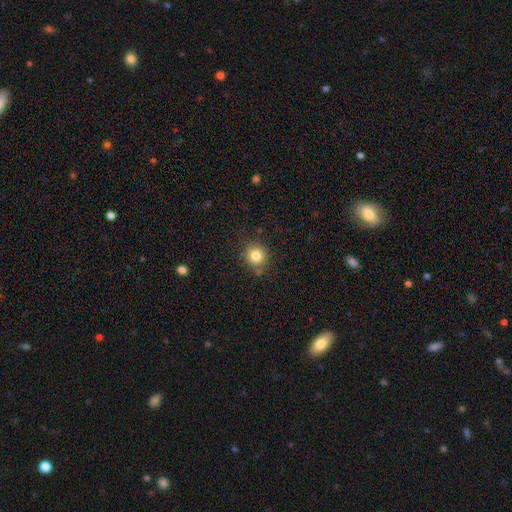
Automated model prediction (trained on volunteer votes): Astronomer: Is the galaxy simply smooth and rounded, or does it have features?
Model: smooth — 81%.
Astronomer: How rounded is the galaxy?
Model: round — 91%.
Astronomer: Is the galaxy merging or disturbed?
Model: none — 83%.